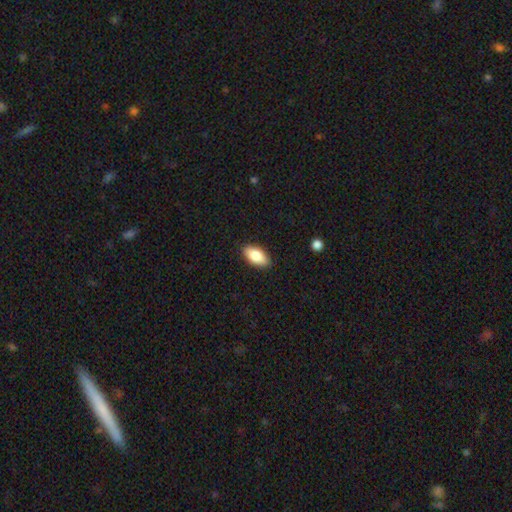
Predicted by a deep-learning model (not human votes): Smooth or featured? smooth (85%)
How rounded? in between (93%)
Merging? none (88%)